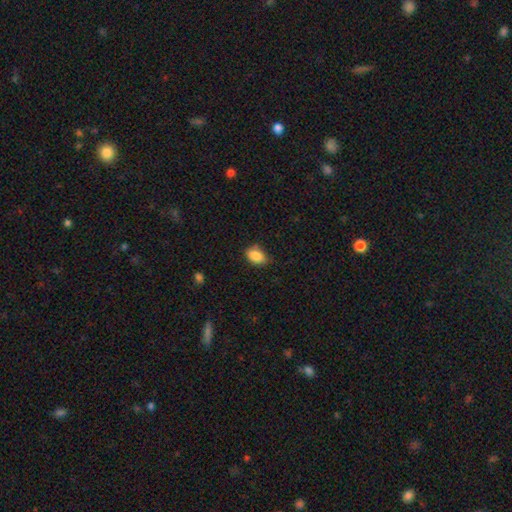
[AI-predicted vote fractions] smooth 87%, star or artifact 8%, featured or disk 5%. Down the decision tree: how rounded — in between (87%); merging — none (74%).